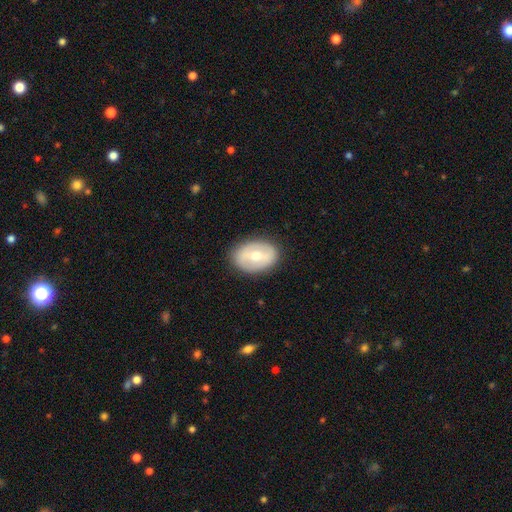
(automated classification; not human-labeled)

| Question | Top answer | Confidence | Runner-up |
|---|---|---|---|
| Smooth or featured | smooth | 47% | tied: featured or disk (47%) |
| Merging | none | 85% | minor disturbance (11%) |